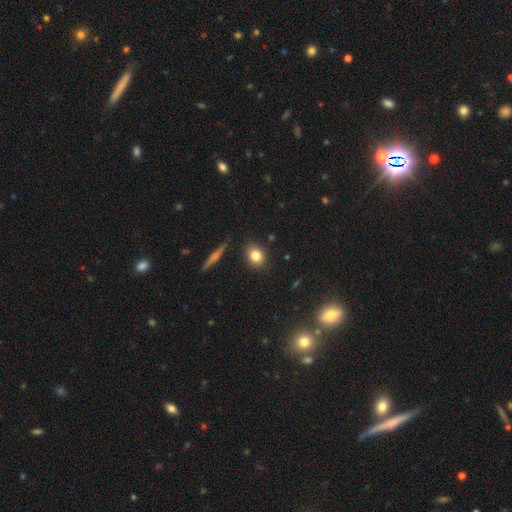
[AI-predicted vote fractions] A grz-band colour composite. It shows a smooth galaxy with no disk features (81%) that is round (50%). Merging: none (87%).